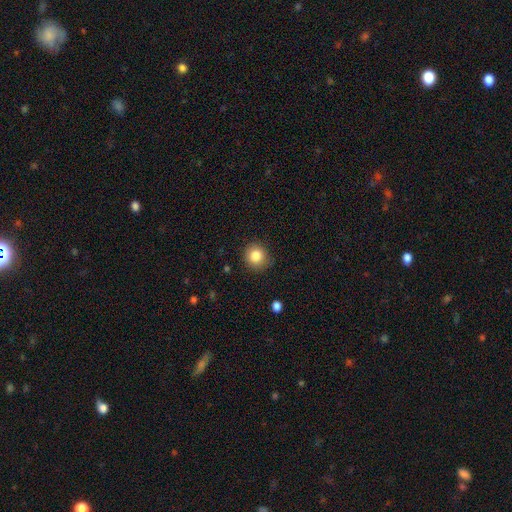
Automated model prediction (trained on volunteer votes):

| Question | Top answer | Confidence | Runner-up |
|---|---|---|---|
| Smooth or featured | smooth | 85% | star or artifact (10%) |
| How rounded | round | 88% | in between (11%) |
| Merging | none | 85% | minor disturbance (11%) |